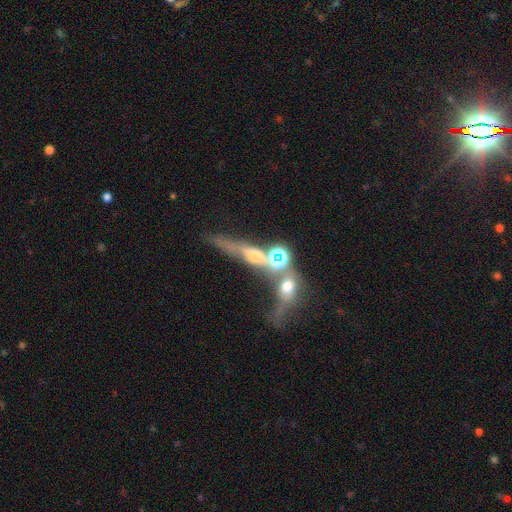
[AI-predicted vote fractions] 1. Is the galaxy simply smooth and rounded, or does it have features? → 42% featured or disk, 31% smooth, 27% star or artifact.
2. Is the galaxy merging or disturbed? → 37% merger (tied), 37% none (tied), 14% major disturbance, 12% minor disturbance.